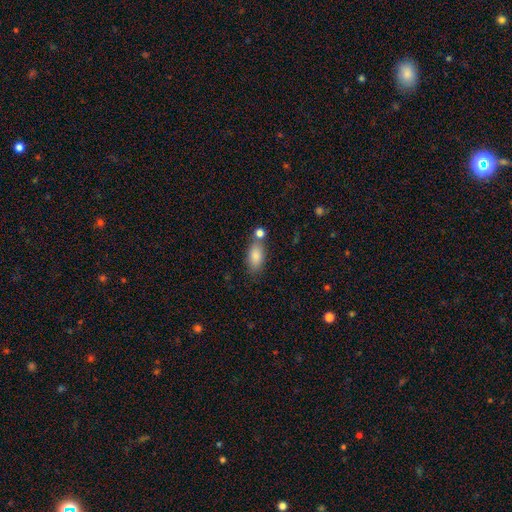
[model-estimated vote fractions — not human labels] Smooth or featured? Predicted: smooth (p=0.85). How rounded? Predicted: in between (p=0.88). Merging? Predicted: none (p=0.63).